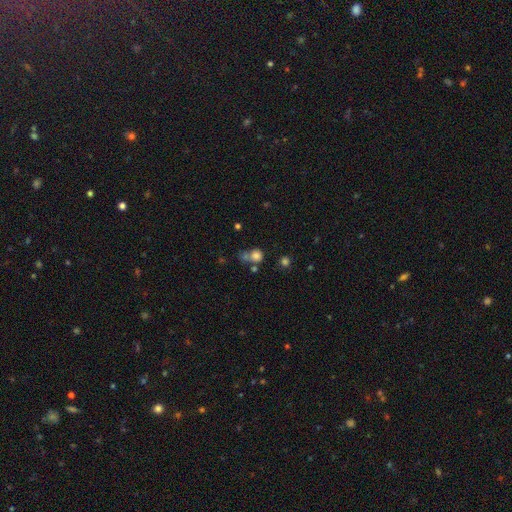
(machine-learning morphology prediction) A smooth galaxy with no disk features (75%) that is round (83%).

Vote fractions:
- Smooth or featured? smooth: 75% / star or artifact: 16% / featured or disk: 9%
- How rounded? round: 83% / in between: 16% / cigar-shaped: 1%
- Merging? none: 47% / merger: 28% / minor disturbance: 15% / major disturbance: 11%